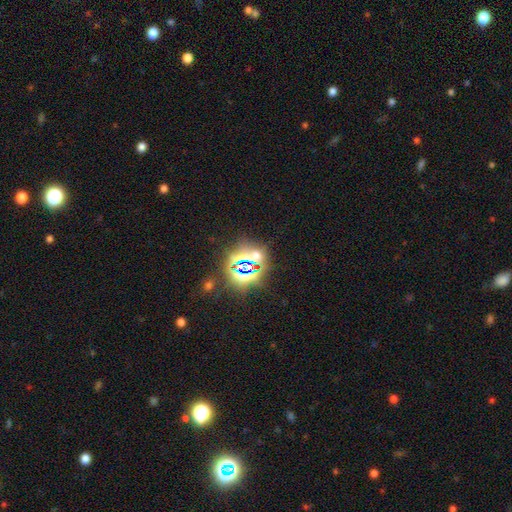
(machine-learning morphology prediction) A star or artifact, not a galaxy (72%).

Vote fractions:
- Smooth or featured? star or artifact: 72% / smooth: 20% / featured or disk: 8%